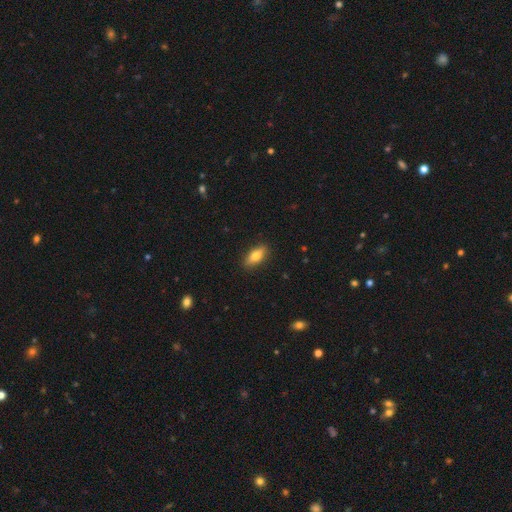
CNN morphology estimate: Overall: smooth (74%). How rounded: in between (74%). Merging: none (88%).